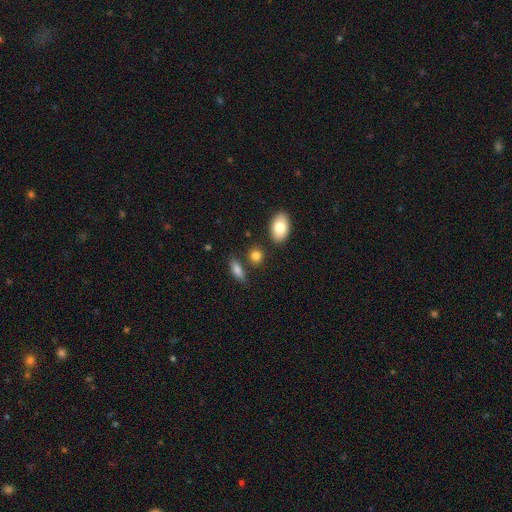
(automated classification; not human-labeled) smooth-or-featured: smooth: 84% | star or artifact: 9% | featured or disk: 7%
  how-rounded: in between: 58% | round: 36% | cigar-shaped: 5%
  merging: none: 80% | minor disturbance: 11% | merger: 7% | major disturbance: 3%